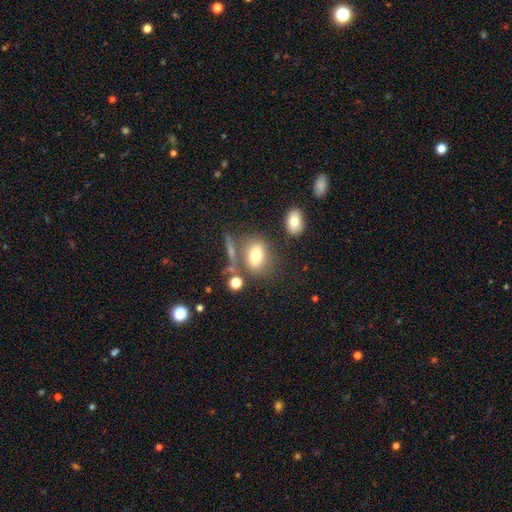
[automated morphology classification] Smooth or featured? Predicted: smooth (p=0.75). How rounded? Predicted: in between (p=0.76). Merging? Predicted: none (p=0.58).